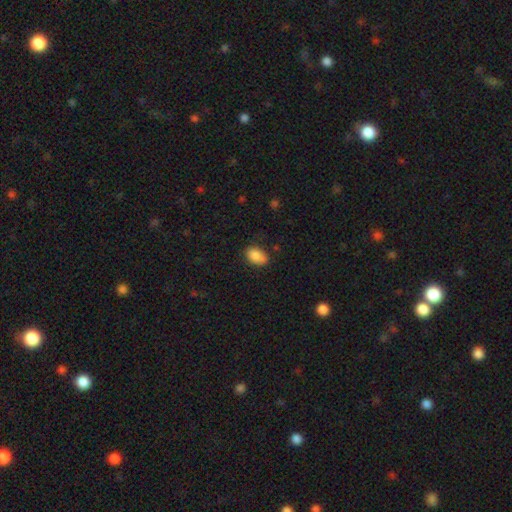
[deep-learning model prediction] smooth_or_featured: smooth (p=0.85) [alt: star or artifact p=0.08]
how_rounded: in between (p=0.84) [alt: round p=0.15]
merging: none (p=0.68) [alt: minor disturbance p=0.25]